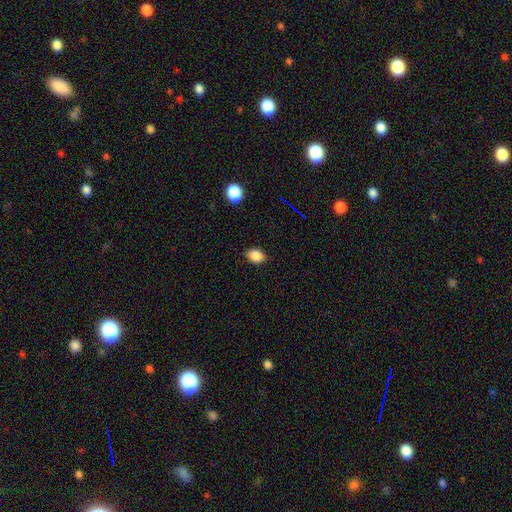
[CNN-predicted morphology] This appears to be a smooth galaxy with no disk features (86%) that is in between round and cigar-shaped (67%). Merging: none (85%).